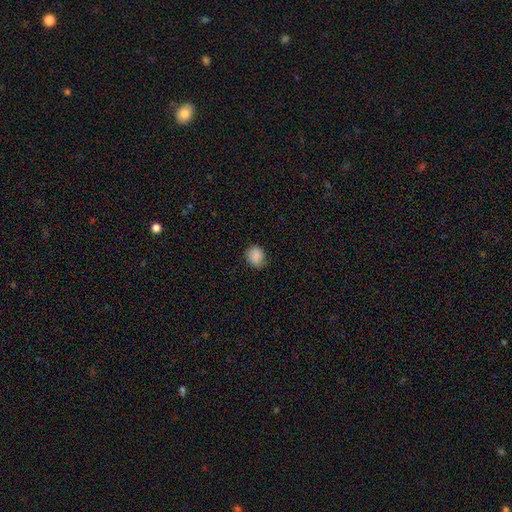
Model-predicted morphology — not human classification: The model was most divided on "how rounded": round: 73%, in between: 26%, cigar-shaped: 1%. More confident: smooth or featured — smooth (87%); merging — none (78%).